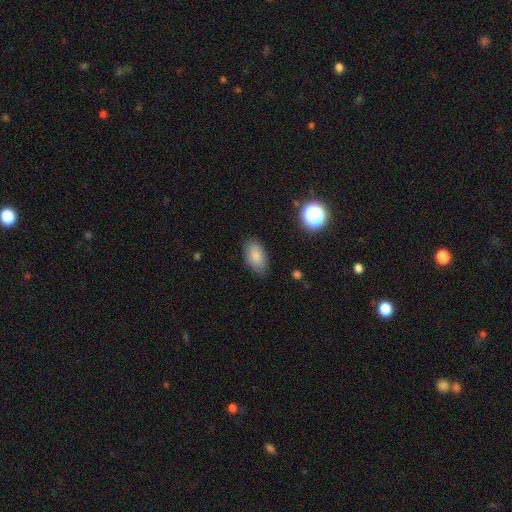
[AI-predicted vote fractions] Smooth or featured?
  - smooth: 83% *
  - star or artifact: 8%
  - featured or disk: 8%
How rounded?
  - in between: 92% *
  - round: 6%
  - cigar-shaped: 3%
Merging?
  - none: 81% *
  - minor disturbance: 14%
  - major disturbance: 3%
  - merger: 1%